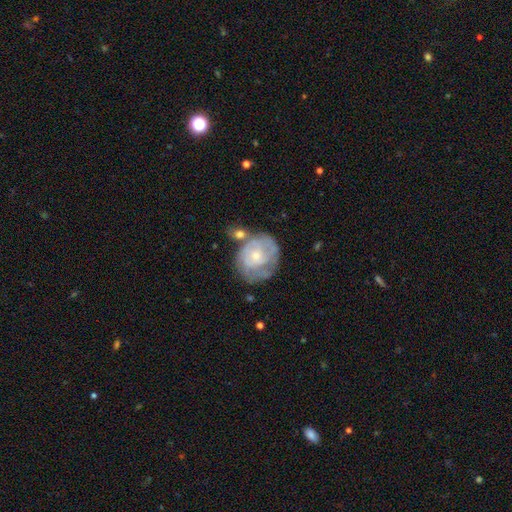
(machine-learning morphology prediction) A featured or disk galaxy (63%) with no bar (79%), spiral arms (66%) and a small central bulge (62%).

Vote fractions:
- Smooth or featured? featured or disk: 63% / smooth: 30% / star or artifact: 6%
- Edge-on disk? no: 97% / yes: 3%
- Bar? no: 79% / weak: 18% / strong: 3%
- Spiral arms? yes: 66% / no: 34%
- Bulge size? small: 62% / moderate: 32% / none: 2% / large: 2% / dominant: 1%
- Merging? none: 47% / minor disturbance: 24% / merger: 14% / major disturbance: 14%